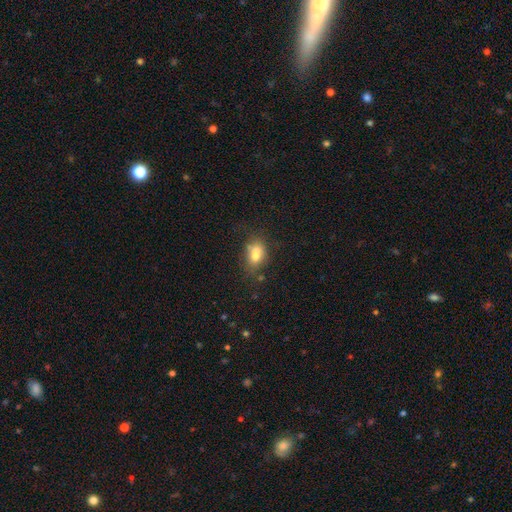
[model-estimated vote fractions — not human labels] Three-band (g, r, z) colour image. It shows a smooth galaxy with no disk features (73%) that is in between round and cigar-shaped (75%). Merging: none (51%).